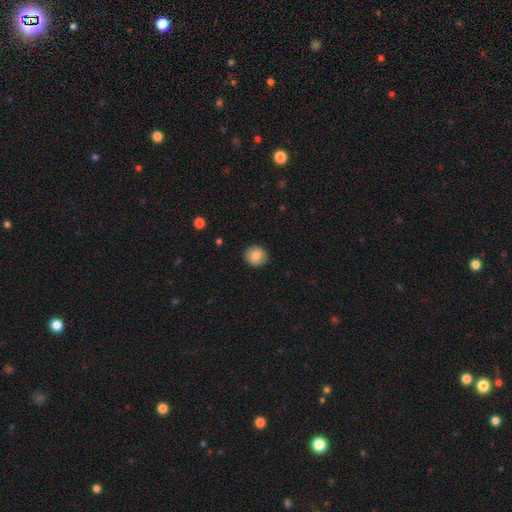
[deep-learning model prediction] Smooth or featured? smooth (84%)
How rounded? round (88%)
Merging? none (91%)